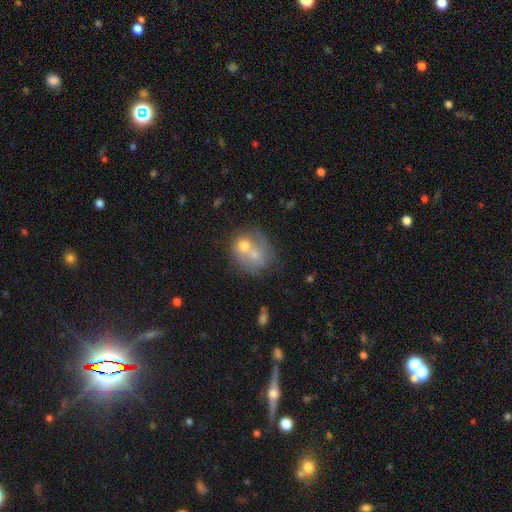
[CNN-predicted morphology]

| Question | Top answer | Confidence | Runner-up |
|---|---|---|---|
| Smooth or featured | smooth | 54% | featured or disk (38%) |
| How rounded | round | 64% | in between (35%) |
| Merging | merger | 61% | none (21%) |